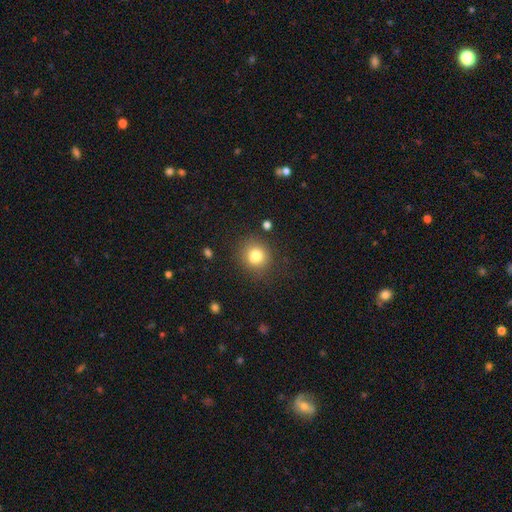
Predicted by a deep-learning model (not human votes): Smooth or featured? smooth (80%)
How rounded? round (86%)
Merging? none (84%)